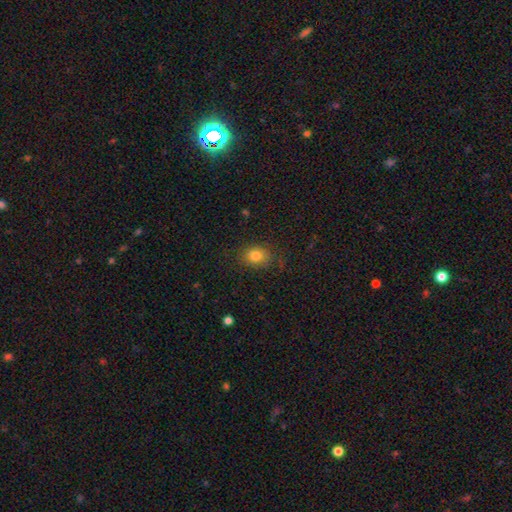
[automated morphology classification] smooth-or-featured: smooth: 81% | star or artifact: 12% | featured or disk: 7%
  how-rounded: round: 57% | in between: 42% | cigar-shaped: 1%
  merging: none: 80% | minor disturbance: 14% | major disturbance: 5% | merger: 1%